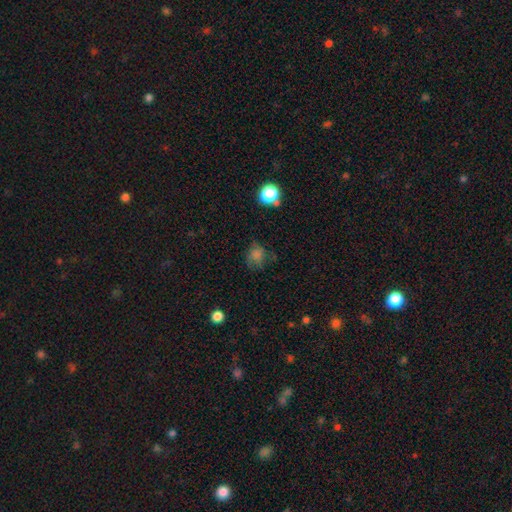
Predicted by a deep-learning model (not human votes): The model was most divided on "how rounded": round: 69%, in between: 30%, cigar-shaped: 1%. More confident: smooth or featured — smooth (68%); merging — none (64%).